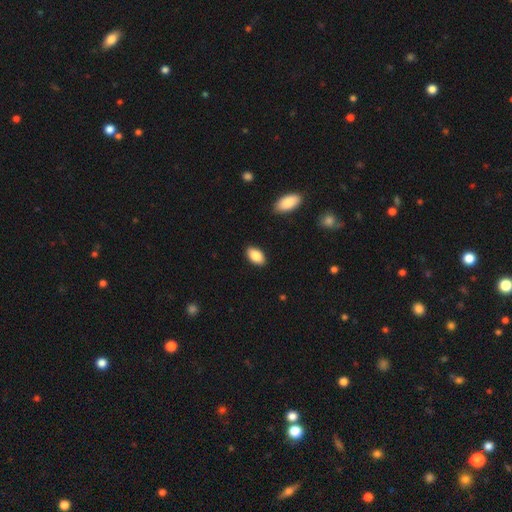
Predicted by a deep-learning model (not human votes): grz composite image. It shows a smooth galaxy with no disk features (87%) that is in between round and cigar-shaped (94%). Merging: none (89%).